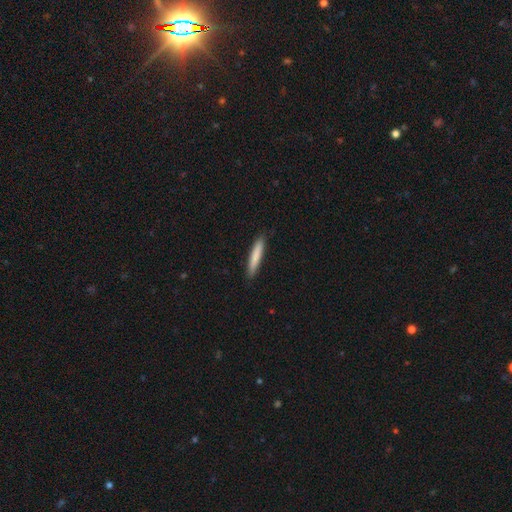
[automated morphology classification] Q: Smooth or featured?
A: smooth (81%); runner-up: featured or disk (14%)
Q: How rounded?
A: cigar-shaped (93%); runner-up: in between (6%)
Q: Merging?
A: none (89%); runner-up: minor disturbance (8%)